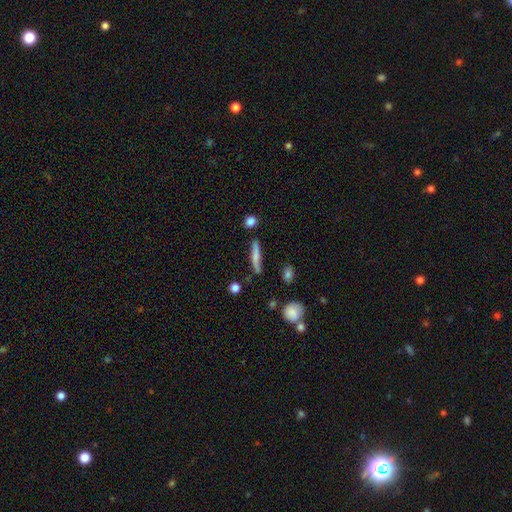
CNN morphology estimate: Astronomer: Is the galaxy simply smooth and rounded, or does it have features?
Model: smooth — 65%.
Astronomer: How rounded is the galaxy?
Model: cigar-shaped — 87%.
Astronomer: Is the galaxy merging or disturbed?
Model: none — 73%.